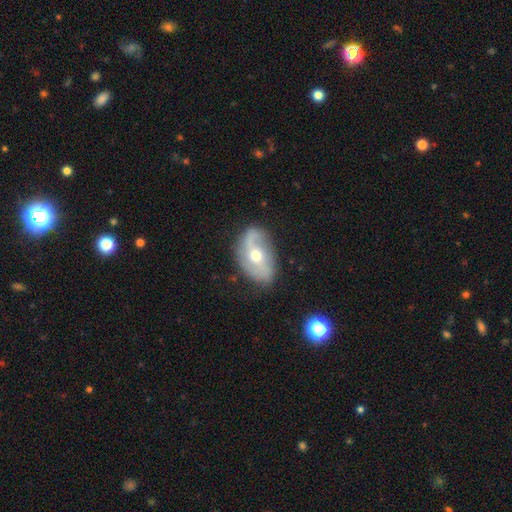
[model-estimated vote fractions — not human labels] This is likely a featured or disk galaxy (73%). It is clearly not viewed edge-on (94%). Bar: possibly no (52%). Spiral arm pattern: clearly yes (84%). Spiral arm count: likely 2 (76%). Spiral winding: possibly loose (56%). Central bulge: likely moderate (62%). Merging: likely none (67%).